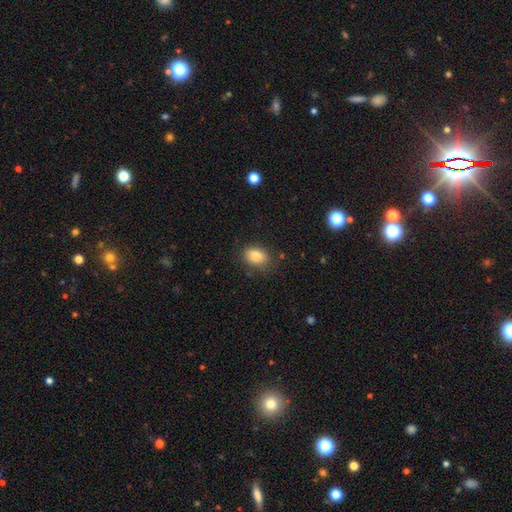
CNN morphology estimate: Smooth or featured?
  - smooth: 84% *
  - star or artifact: 9%
  - featured or disk: 7%
How rounded?
  - in between: 79% *
  - round: 19%
  - cigar-shaped: 1%
Merging?
  - none: 78% *
  - minor disturbance: 16%
  - major disturbance: 4%
  - merger: 2%